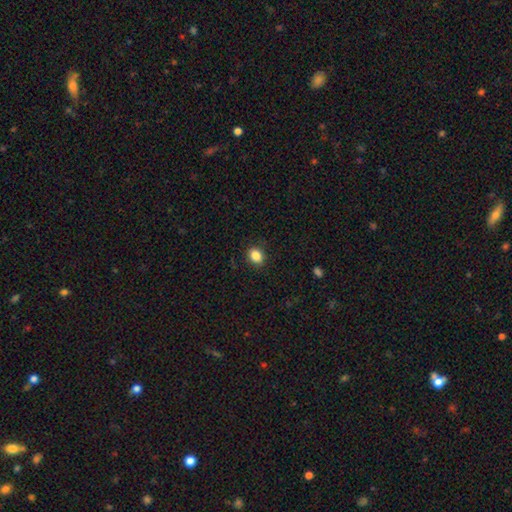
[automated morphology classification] smooth-or-featured: smooth: 86% | star or artifact: 10% | featured or disk: 4%
  how-rounded: in between: 50% | round: 49% | cigar-shaped: 1%
  merging: none: 89% | minor disturbance: 7% | major disturbance: 2% | merger: 1%